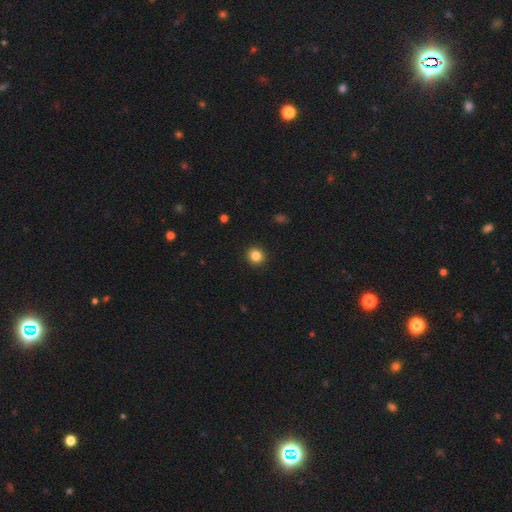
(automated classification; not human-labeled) This appears to be a smooth galaxy with no disk features (85%) that is round (88%). Merging: none (92%).